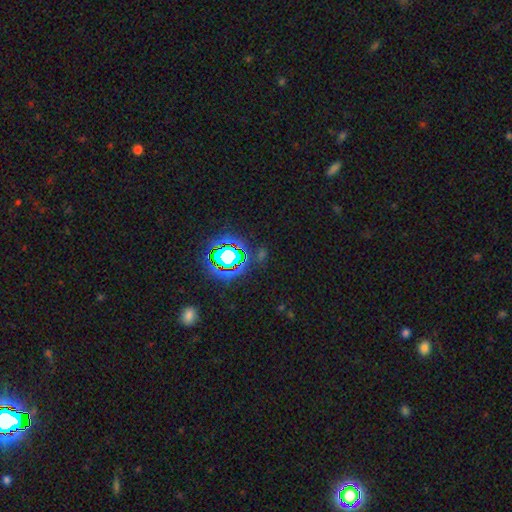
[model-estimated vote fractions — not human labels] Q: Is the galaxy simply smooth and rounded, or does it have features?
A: star or artifact — 73%.